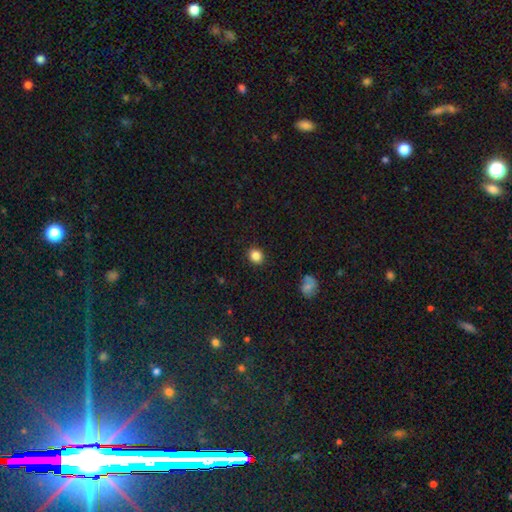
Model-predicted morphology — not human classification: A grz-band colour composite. It shows a smooth galaxy with no disk features (85%) that is round (80%). Merging: none (90%).